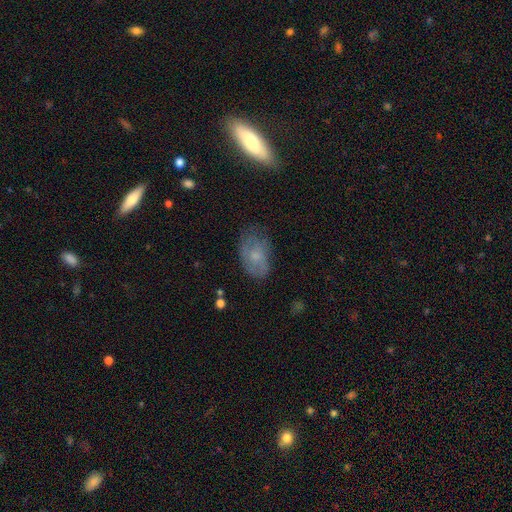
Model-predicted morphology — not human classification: A smooth galaxy with no disk features (58%) that is in between round and cigar-shaped (88%). Merging: none (60%).